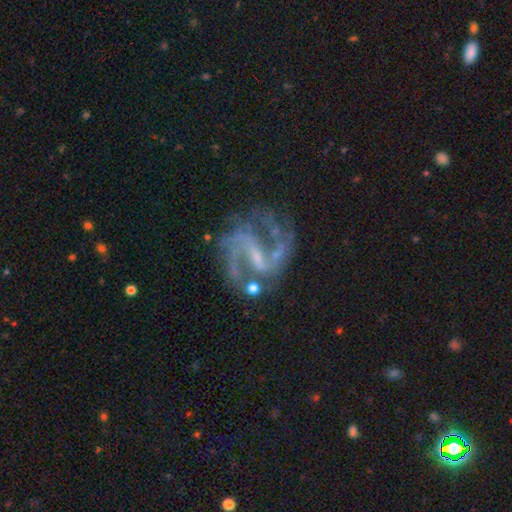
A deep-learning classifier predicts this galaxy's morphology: Smooth or featured?
  - featured or disk: 90% *
  - star or artifact: 6%
  - smooth: 4%
Edge-on disk?
  - no: 98% *
  - yes: 2%
Bar?
  - weak: 46% *
  - strong: 39%
  - no: 15%
Spiral arms?
  - yes: 97% *
  - no: 3%
Spiral winding?
  - medium: 55% *
  - loose: 32%
  - tight: 13%
Spiral arm count?
  - 2: 79% *
  - 3: 9%
  - can't tell: 5%
  - 1: 3%
  - 4: 3%
  - more than 4: 2%
Bulge size?
  - small: 56% *
  - none: 28%
  - moderate: 14%
  - large: 1%
  - dominant: 1%
Merging?
  - none: 60% *
  - minor disturbance: 18%
  - major disturbance: 16%
  - merger: 6%